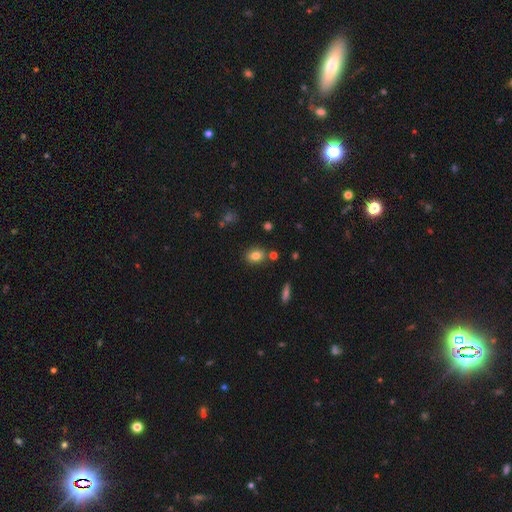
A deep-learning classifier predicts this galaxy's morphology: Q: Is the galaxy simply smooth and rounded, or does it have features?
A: smooth — 80%.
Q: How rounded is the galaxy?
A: in between — 59%.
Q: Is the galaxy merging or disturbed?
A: none — 81%.